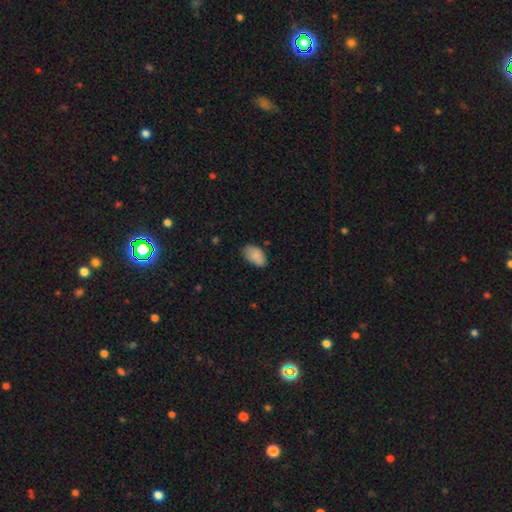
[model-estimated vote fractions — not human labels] Morphology: type=smooth (84%); roundness=in between (93%); merging=none (74%).